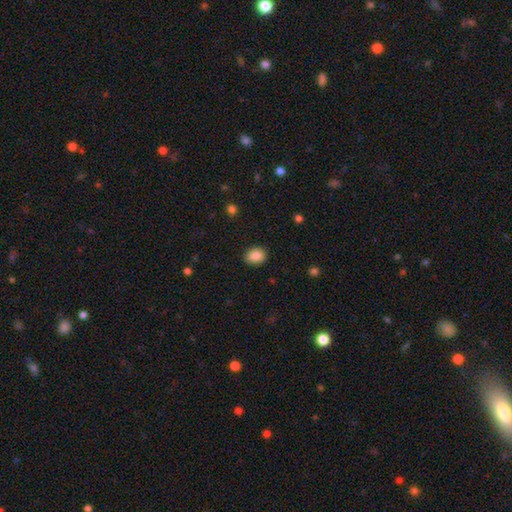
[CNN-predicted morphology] Smooth or featured: smooth — 88% (star or artifact — 8%)
How rounded: in between — 59% (round — 40%)
Merging: none — 88% (minor disturbance — 8%)